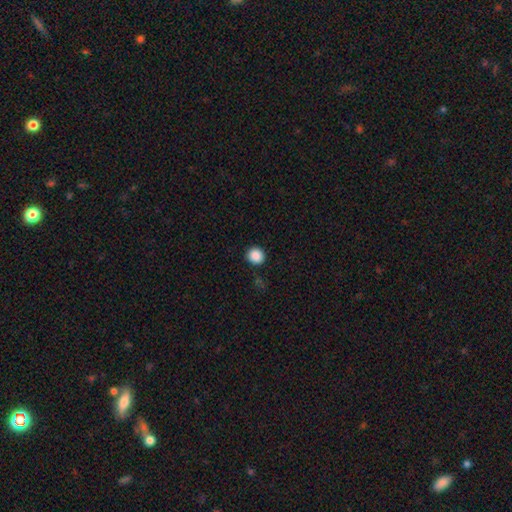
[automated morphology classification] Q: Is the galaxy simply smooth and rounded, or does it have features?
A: smooth — 88%.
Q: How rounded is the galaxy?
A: round — 90%.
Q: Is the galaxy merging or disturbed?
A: none — 91%.